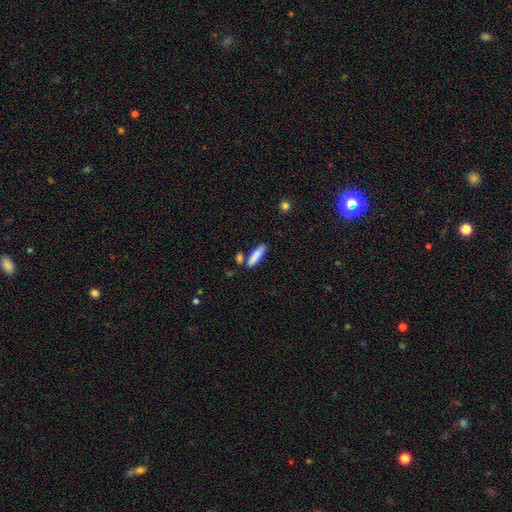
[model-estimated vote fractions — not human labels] This appears to be a smooth galaxy with no disk features (84%) that is cigar-shaped (67%). Merging: none (73%).